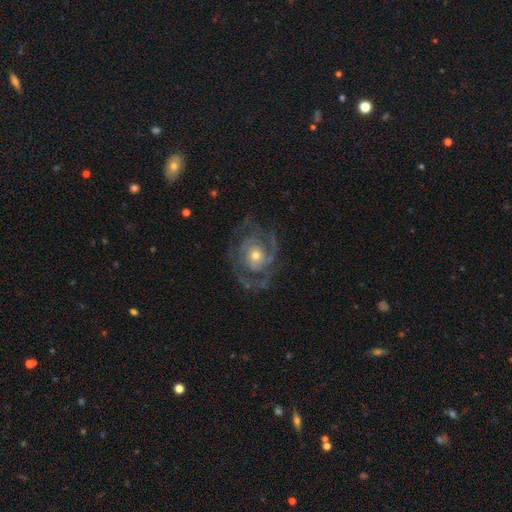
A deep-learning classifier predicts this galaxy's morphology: This is clearly a featured or disk galaxy (83%). It is clearly not viewed edge-on (97%). Bar: likely no (77%). Spiral arm pattern: clearly yes (88%). Spiral arm count: marginally 2 (35%). Spiral winding: possibly tight (49%). Central bulge: possibly moderate (50%). Merging: likely none (66%).